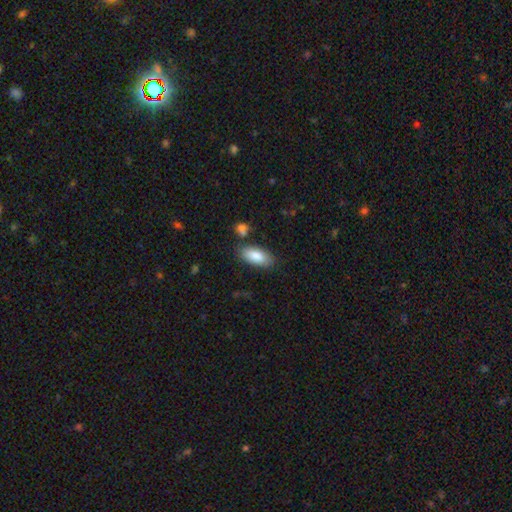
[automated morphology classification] A smooth galaxy with no disk features (85%) that is in between round and cigar-shaped (89%). Merging: none (77%).